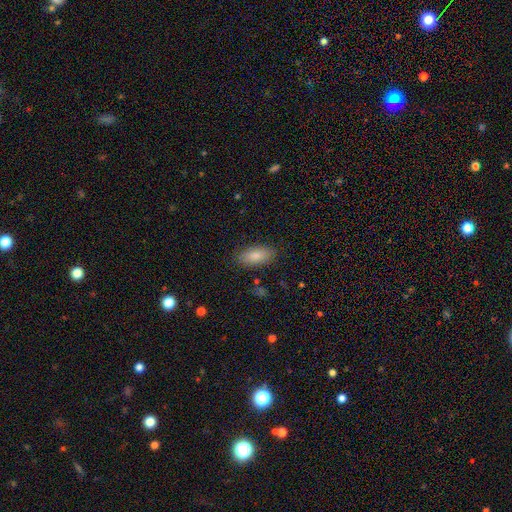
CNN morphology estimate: Smooth or featured? smooth (84%)
How rounded? in between (89%)
Merging? none (86%)